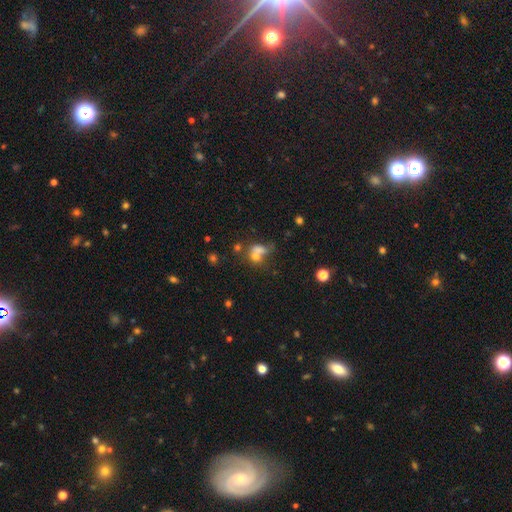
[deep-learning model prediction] Smooth or featured: smooth — 64% (featured or disk — 19%)
How rounded: round — 51% (in between — 47%)
Merging: merger — 59% (none — 22%)